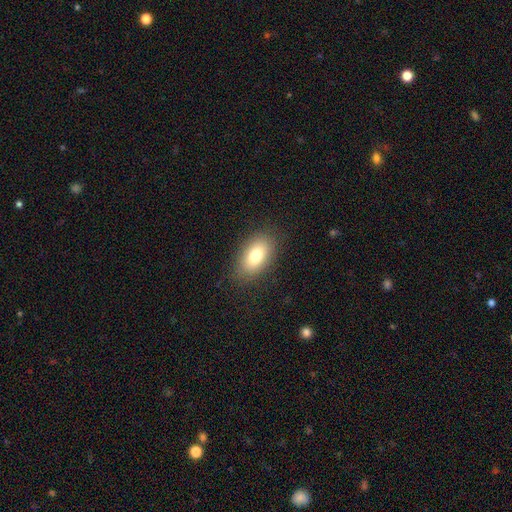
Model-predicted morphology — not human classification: smooth 78%, featured or disk 13%, star or artifact 9%. Down the decision tree: how rounded — in between (90%); merging — none (84%).